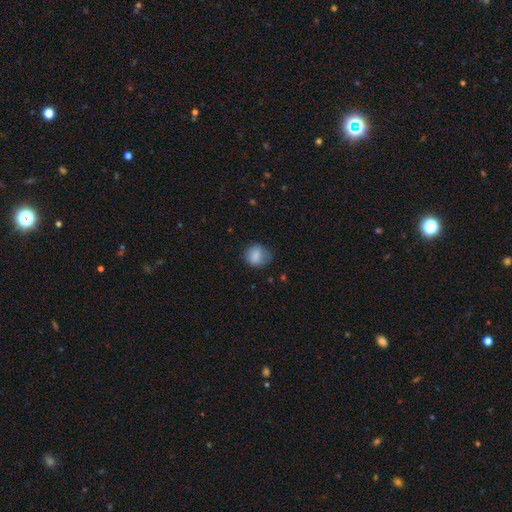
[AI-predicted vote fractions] Overall: smooth (83%). How rounded: round (70%). Merging: none (63%; minor disturbance 27%).